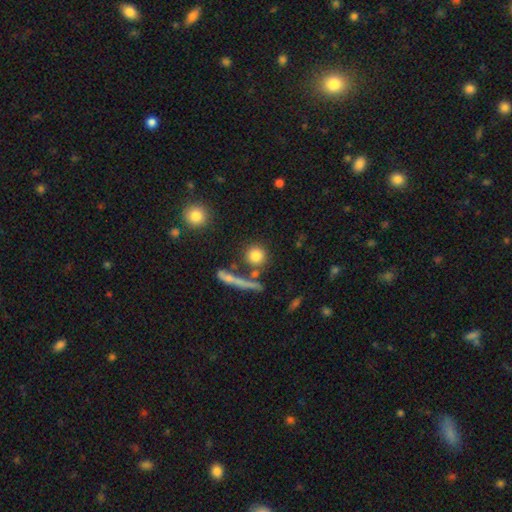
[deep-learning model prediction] This is likely a smooth galaxy (80%). How rounded: clearly round (89%). Merging: likely none (75%).